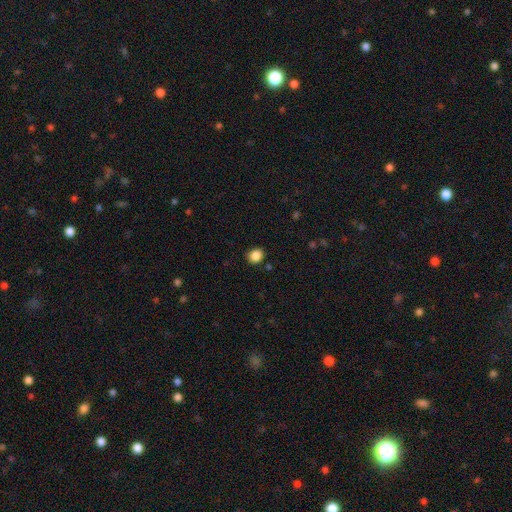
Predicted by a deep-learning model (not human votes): This is clearly a smooth galaxy (86%). How rounded: likely round (75%). Merging: clearly none (89%).